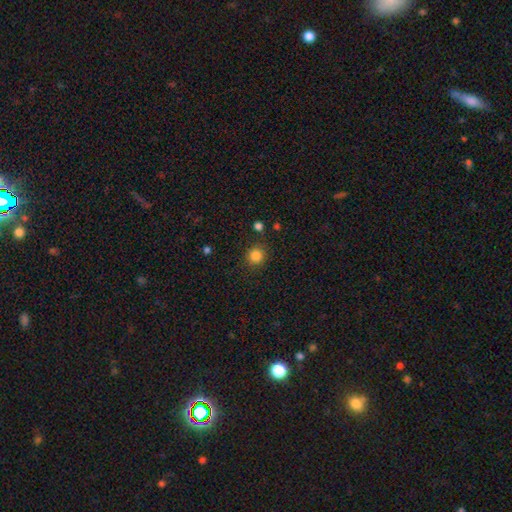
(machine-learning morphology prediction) type=smooth (84%); roundness=round (90%); merging=none (86%).